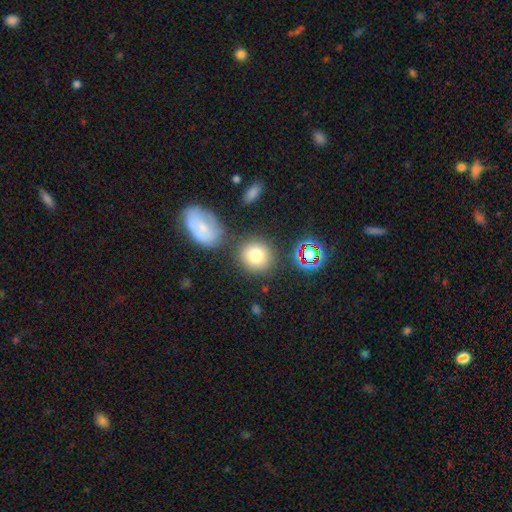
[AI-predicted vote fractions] Smooth or featured? Predicted: smooth (p=0.76). How rounded? Predicted: round (p=0.86). Merging? Predicted: none (p=0.78).